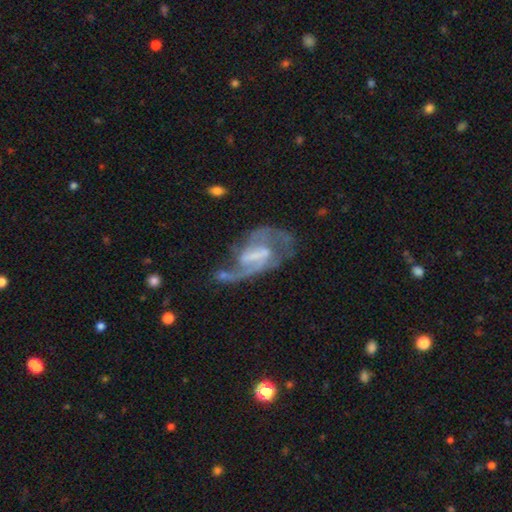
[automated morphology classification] Smooth or featured? Predicted: featured or disk (p=0.84). Edge-on disk? Predicted: no (p=0.97). Bar? Predicted: weak (p=0.46). Spiral arms? Predicted: yes (p=0.91). Spiral winding? Predicted: medium (p=0.48). Spiral arm count? Predicted: 2 (p=0.71). Bulge size? Predicted: none (p=0.40). Merging? Predicted: none (p=0.45).